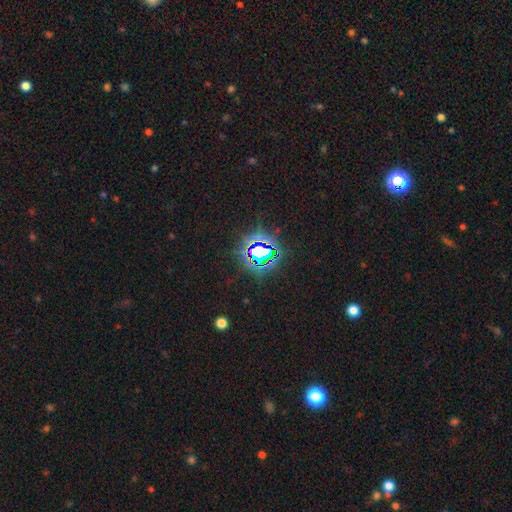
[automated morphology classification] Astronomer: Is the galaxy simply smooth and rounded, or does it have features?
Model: star or artifact — 77%.